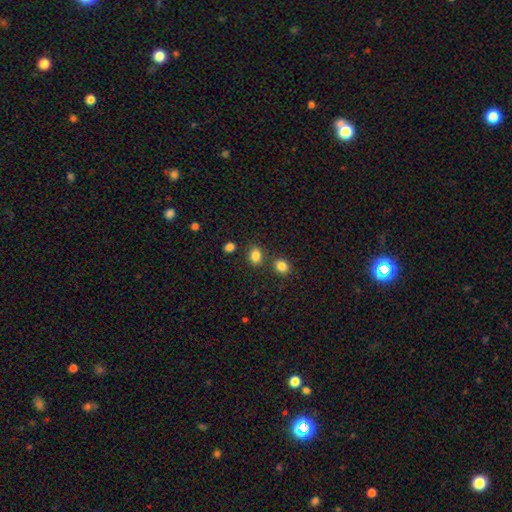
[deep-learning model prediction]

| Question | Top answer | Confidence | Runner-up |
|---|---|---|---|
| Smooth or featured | smooth | 84% | star or artifact (11%) |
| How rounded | in between | 62% | round (36%) |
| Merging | none | 74% | merger (12%) |